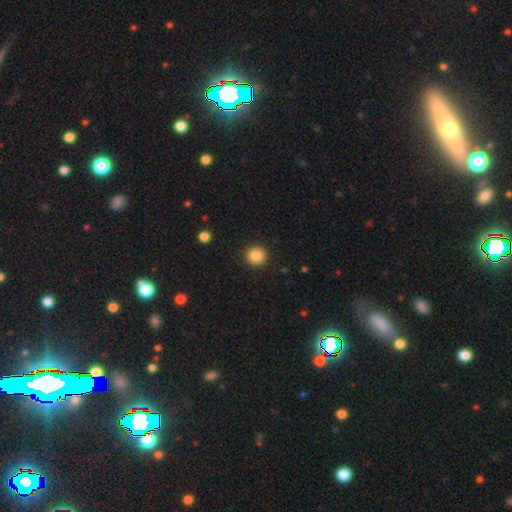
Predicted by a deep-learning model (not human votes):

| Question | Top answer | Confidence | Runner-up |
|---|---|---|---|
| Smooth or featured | smooth | 86% | star or artifact (10%) |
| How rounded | round | 93% | in between (6%) |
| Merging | none | 92% | minor disturbance (5%) |